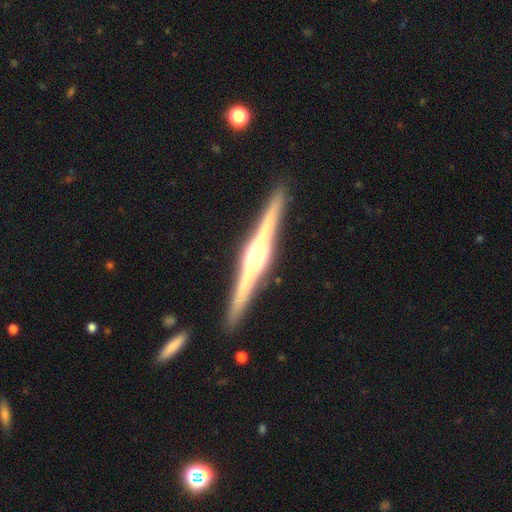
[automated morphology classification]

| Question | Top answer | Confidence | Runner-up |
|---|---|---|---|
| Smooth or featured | featured or disk | 87% | smooth (8%) |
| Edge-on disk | yes | 99% | no (1%) |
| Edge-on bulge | rounded | 69% | boxy (25%) |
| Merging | none | 91% | minor disturbance (6%) |